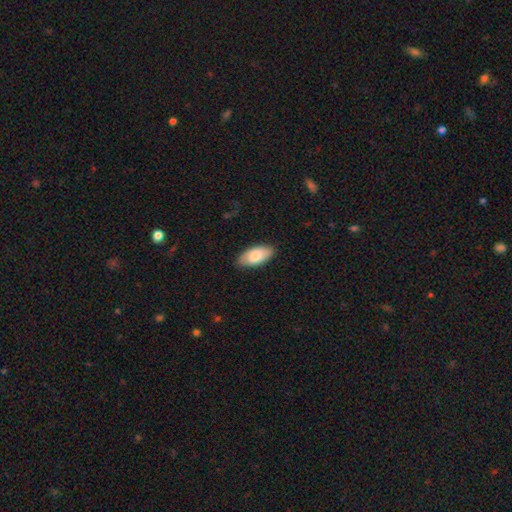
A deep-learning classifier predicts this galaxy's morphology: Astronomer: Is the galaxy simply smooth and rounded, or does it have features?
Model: smooth — 82%.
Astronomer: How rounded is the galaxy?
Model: in between — 92%.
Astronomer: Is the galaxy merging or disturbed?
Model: none — 85%.